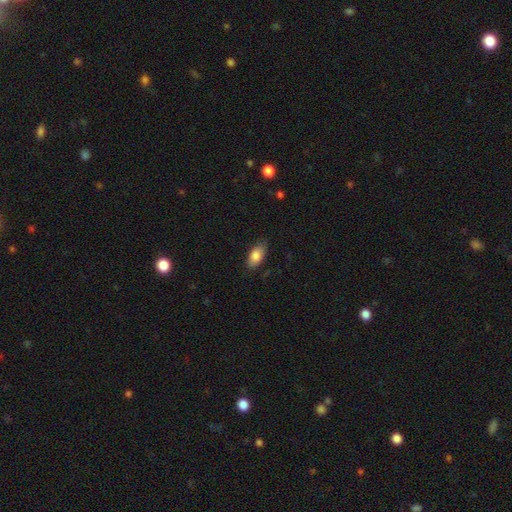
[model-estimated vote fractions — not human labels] Q: Smooth or featured?
A: smooth (84%); runner-up: featured or disk (9%)
Q: How rounded?
A: in between (91%); runner-up: cigar-shaped (5%)
Q: Merging?
A: none (81%); runner-up: minor disturbance (16%)